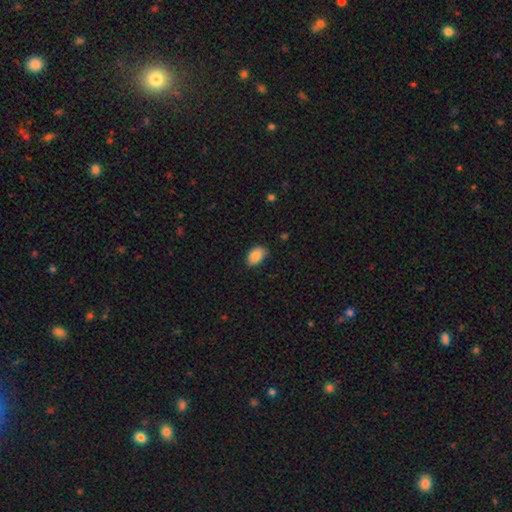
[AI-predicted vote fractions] Smooth or featured?
  - smooth: 88% *
  - star or artifact: 7%
  - featured or disk: 5%
How rounded?
  - in between: 90% *
  - round: 9%
  - cigar-shaped: 1%
Merging?
  - none: 83% *
  - minor disturbance: 14%
  - major disturbance: 2%
  - merger: 1%